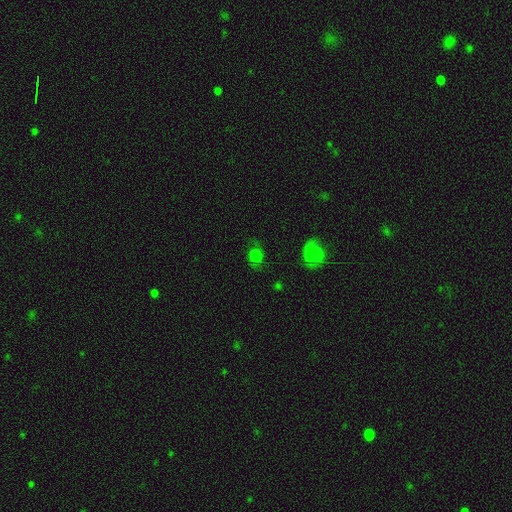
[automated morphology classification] Smooth or featured? smooth (60%)
How rounded? round (64%)
Merging? none (66%)